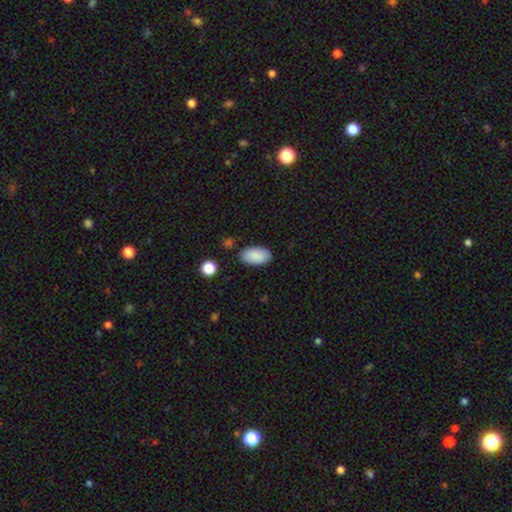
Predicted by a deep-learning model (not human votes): Overall: smooth (89%). How rounded: in between (95%). Merging: none (83%).